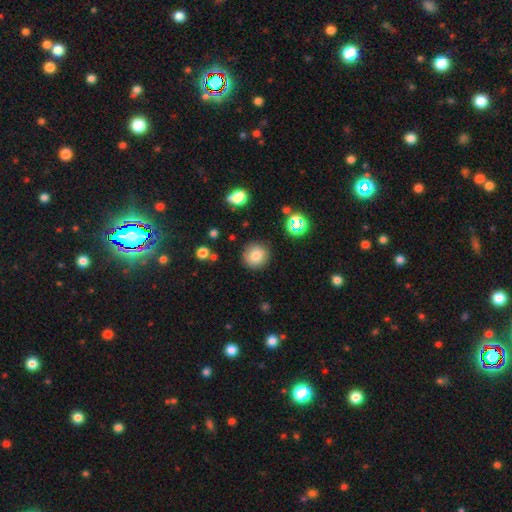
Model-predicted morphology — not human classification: The model was most divided on "smooth or featured": smooth: 80%, star or artifact: 12%, featured or disk: 8%. More confident: how rounded — round (93%); merging — none (88%).